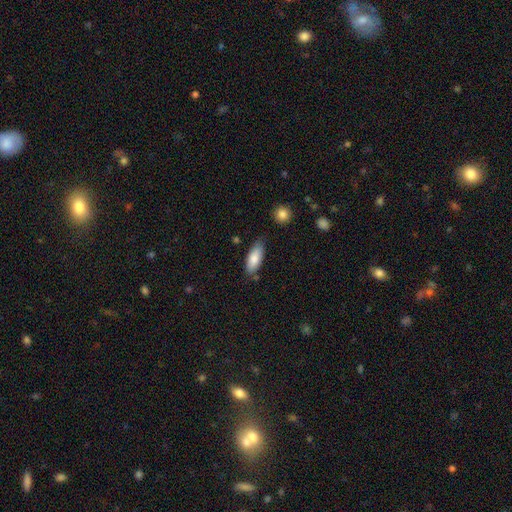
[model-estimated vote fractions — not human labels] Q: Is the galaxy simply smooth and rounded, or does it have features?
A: smooth — 82%.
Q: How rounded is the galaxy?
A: in between — 71%.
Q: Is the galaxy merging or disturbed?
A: none — 76%.